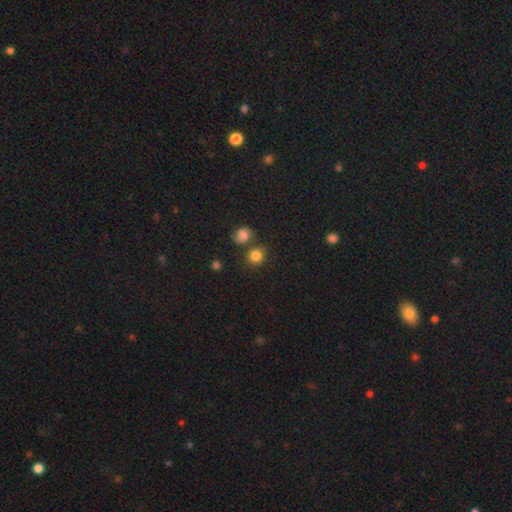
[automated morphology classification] type=smooth (83%); roundness=round (80%); merging=none (69%).